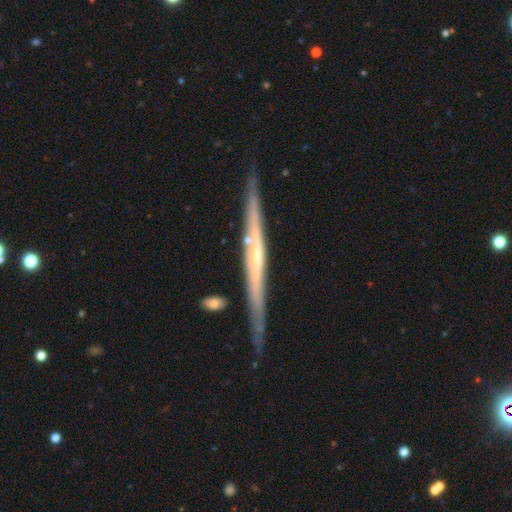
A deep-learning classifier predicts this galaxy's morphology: This appears to be a featured or disk galaxy (77%) viewed edge-on (96%) with no central bulge (52%). Merging: none (81%).